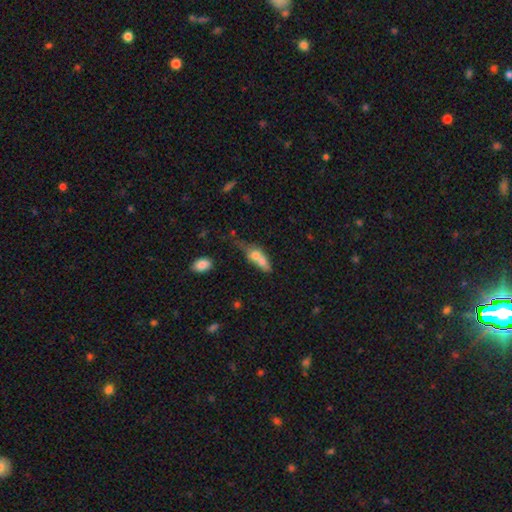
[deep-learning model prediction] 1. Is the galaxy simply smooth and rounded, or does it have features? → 63% smooth, 27% featured or disk, 10% star or artifact.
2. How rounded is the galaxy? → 61% in between, 21% cigar-shaped, 17% round.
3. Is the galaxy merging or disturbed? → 64% merger, 18% none, 10% minor disturbance, 8% major disturbance.